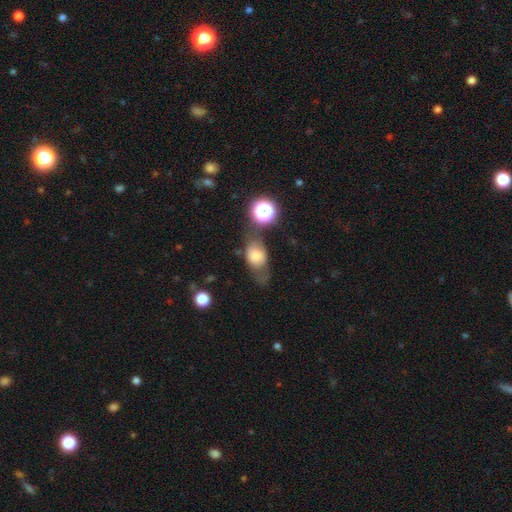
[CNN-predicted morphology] The model was most divided on "merging": none: 46%, minor disturbance: 25%, major disturbance: 18%, merger: 11%. More confident: how rounded — in between (72%); smooth or featured — smooth (64%).